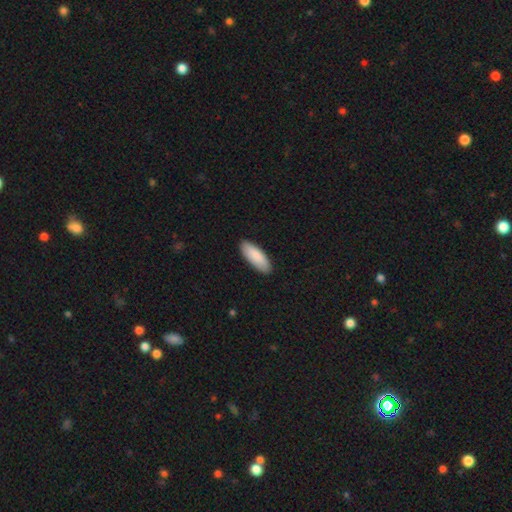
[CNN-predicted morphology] This is clearly a smooth galaxy (89%). How rounded: likely in between (71%). Merging: clearly none (89%).